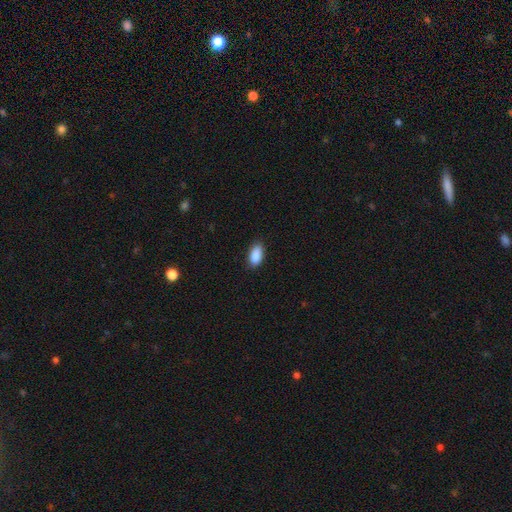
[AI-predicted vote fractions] Morphology: type=smooth (89%); roundness=in between (91%); merging=none (83%).